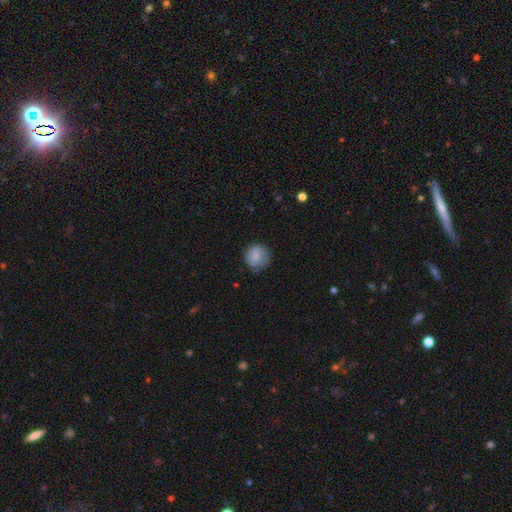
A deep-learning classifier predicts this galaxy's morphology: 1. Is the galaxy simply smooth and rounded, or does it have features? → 73% smooth, 20% featured or disk, 7% star or artifact.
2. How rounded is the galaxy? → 83% round, 16% in between, 1% cigar-shaped.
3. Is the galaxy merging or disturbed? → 69% none, 22% minor disturbance, 8% major disturbance, 1% merger.